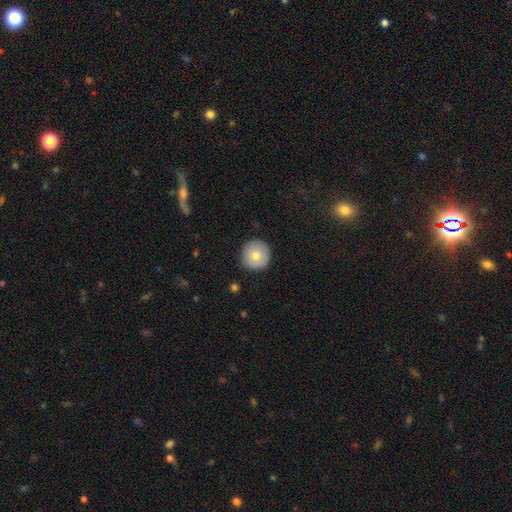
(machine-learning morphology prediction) Smooth or featured?
  - smooth: 74% *
  - featured or disk: 18%
  - star or artifact: 8%
How rounded?
  - round: 96% *
  - in between: 3%
  - cigar-shaped: 1%
Merging?
  - none: 89% *
  - minor disturbance: 8%
  - major disturbance: 2%
  - merger: 1%